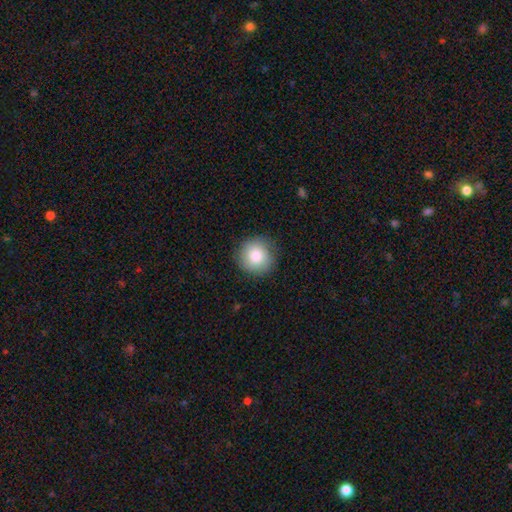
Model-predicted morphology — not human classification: Smooth or featured?
  - smooth: 84% *
  - star or artifact: 8%
  - featured or disk: 8%
How rounded?
  - round: 93% *
  - in between: 6%
  - cigar-shaped: 1%
Merging?
  - none: 87% *
  - minor disturbance: 9%
  - major disturbance: 3%
  - merger: 1%